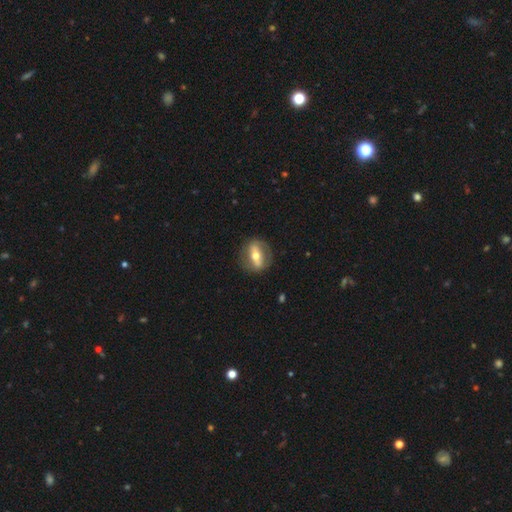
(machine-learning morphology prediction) featured or disk 66%, smooth 28%, star or artifact 6%. Down the decision tree: edge-on disk — no (70%); merging — none (81%).